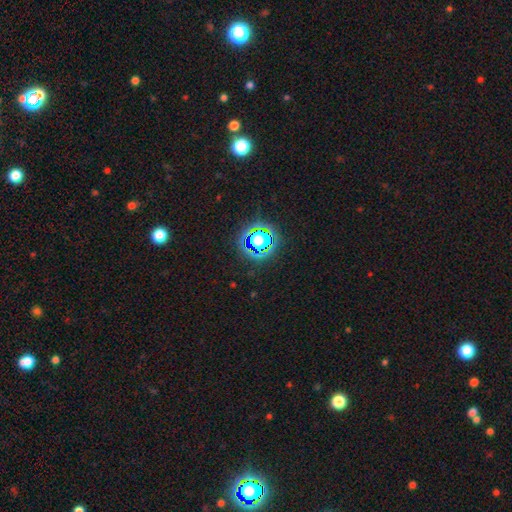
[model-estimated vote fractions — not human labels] Q: Smooth or featured?
A: star or artifact (80%); runner-up: smooth (13%)